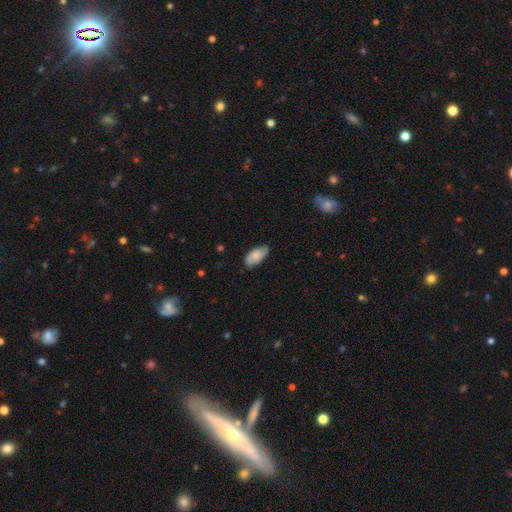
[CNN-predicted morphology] Overall: smooth (79%). How rounded: in between (92%). Merging: none (75%).